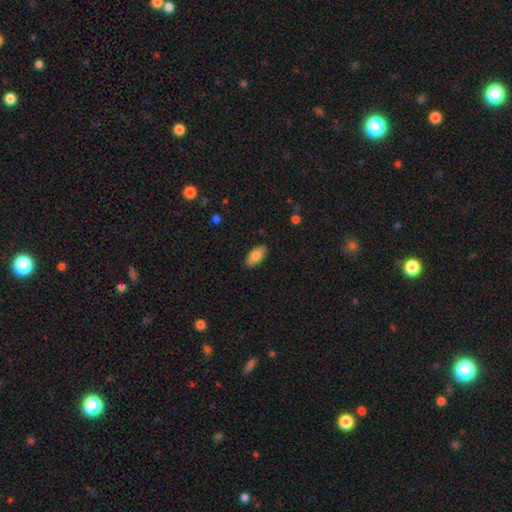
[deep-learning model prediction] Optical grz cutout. It shows a smooth galaxy with no disk features (84%) that is in between round and cigar-shaped (90%). Merging: none (87%).